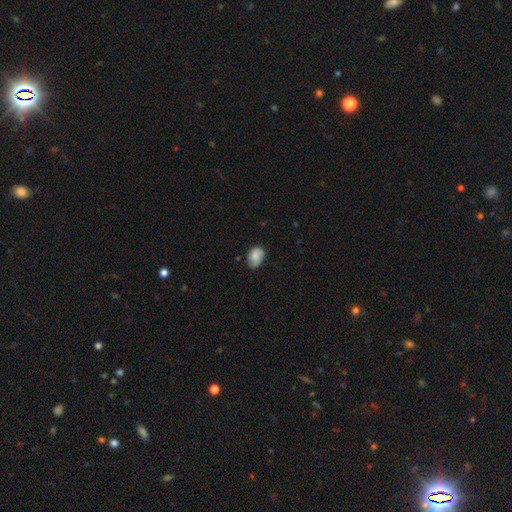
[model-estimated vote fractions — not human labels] The model was most divided on "smooth or featured": smooth: 64%, featured or disk: 28%, star or artifact: 8%. More confident: how rounded — in between (77%); merging — none (64%).